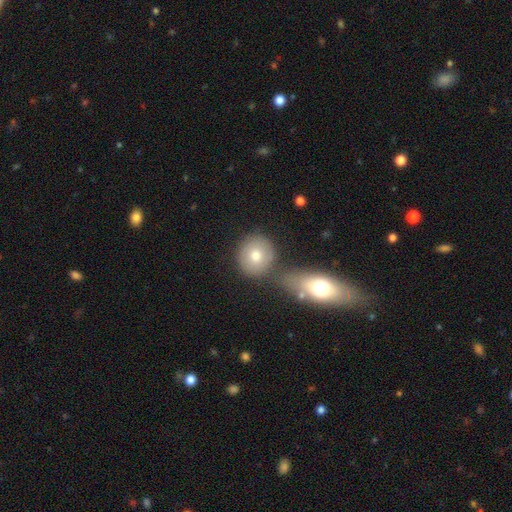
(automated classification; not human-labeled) smooth 73%, featured or disk 18%, star or artifact 9%. Down the decision tree: how rounded — round (88%); merging — none (65%).